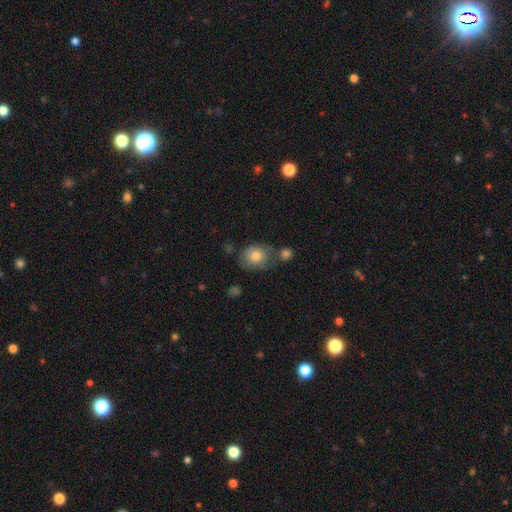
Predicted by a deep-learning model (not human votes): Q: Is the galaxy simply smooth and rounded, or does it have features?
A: smooth — 80%.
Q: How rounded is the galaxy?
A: round — 65%.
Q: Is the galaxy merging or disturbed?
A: none — 58%.